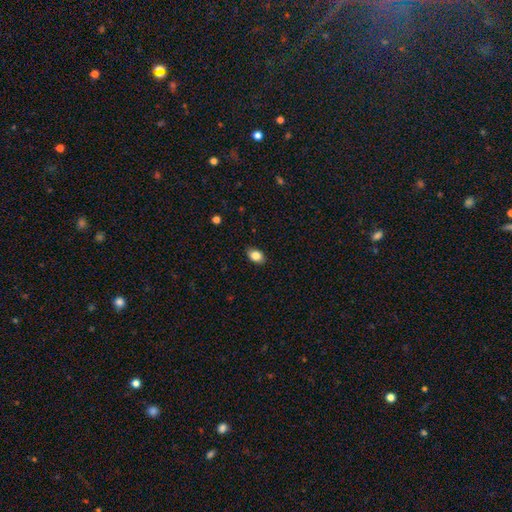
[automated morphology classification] Smooth or featured: smooth — 85% (star or artifact — 8%)
How rounded: in between — 82% (round — 17%)
Merging: none — 87% (minor disturbance — 10%)